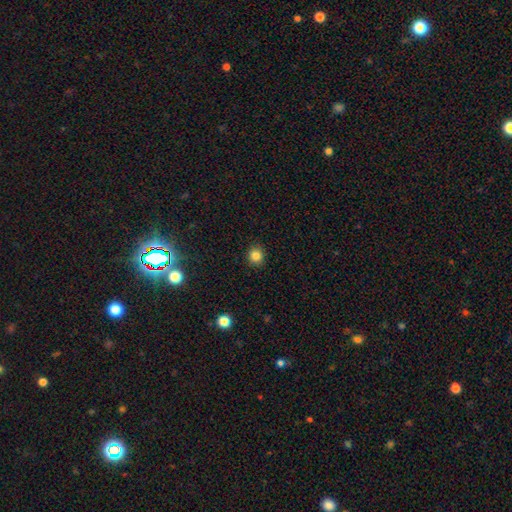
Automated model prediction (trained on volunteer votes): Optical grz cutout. It shows a smooth galaxy with no disk features (83%) that is round (87%). Merging: none (90%).